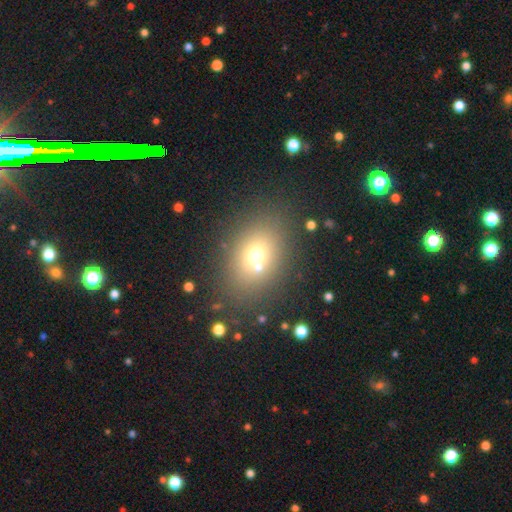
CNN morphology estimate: type=smooth (66%); roundness=in between (61%); merging=none (68%).